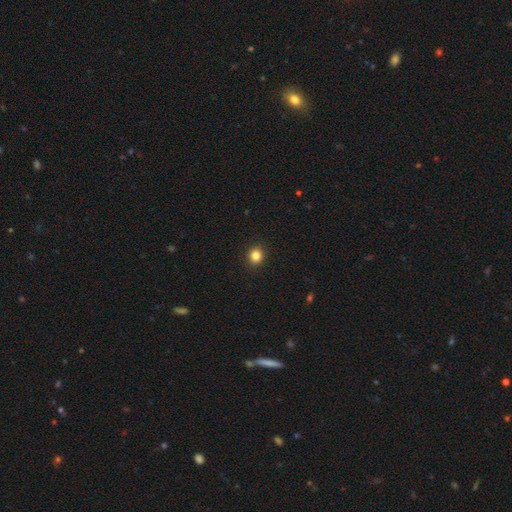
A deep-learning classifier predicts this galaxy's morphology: Smooth or featured: smooth — 84% (star or artifact — 12%)
How rounded: round — 88% (in between — 11%)
Merging: none — 93% (minor disturbance — 5%)